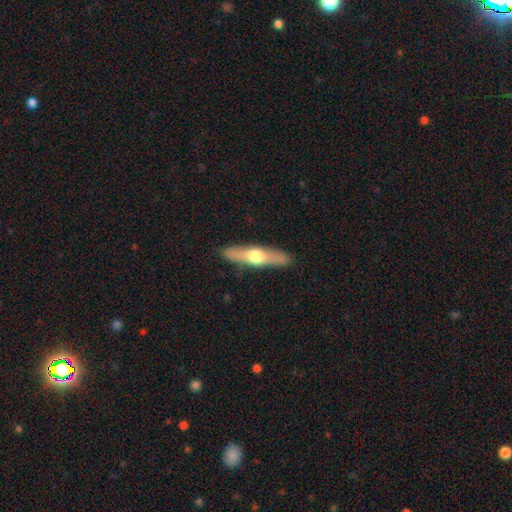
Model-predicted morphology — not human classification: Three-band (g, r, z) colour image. It shows a featured or disk galaxy (51%) viewed edge-on (88%). Merging: none (89%).